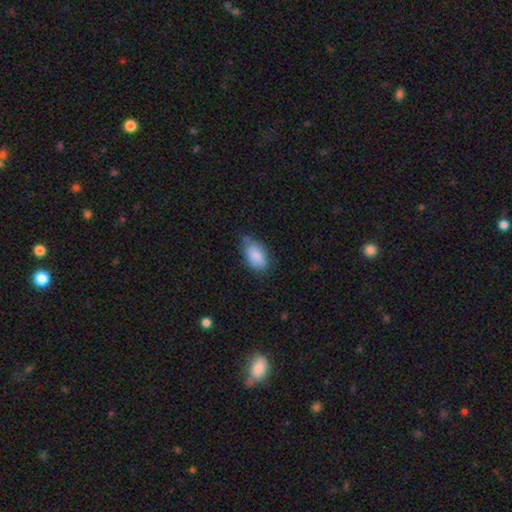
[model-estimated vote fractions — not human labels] A smooth galaxy with no disk features (85%) that is in between round and cigar-shaped (93%).

Vote fractions:
- Smooth or featured? smooth: 85% / featured or disk: 8% / star or artifact: 7%
- How rounded? in between: 93% / round: 5% / cigar-shaped: 3%
- Merging? none: 56% / minor disturbance: 35% / major disturbance: 7% / merger: 2%